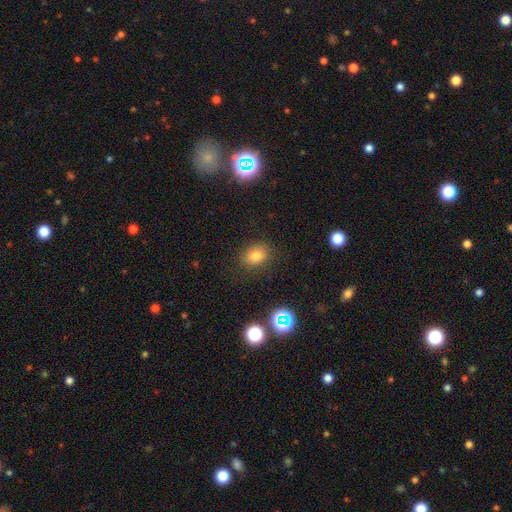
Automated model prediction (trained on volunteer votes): The model was most divided on "how rounded": in between: 64%, round: 35%, cigar-shaped: 1%. More confident: merging — none (83%); smooth or featured — smooth (77%).